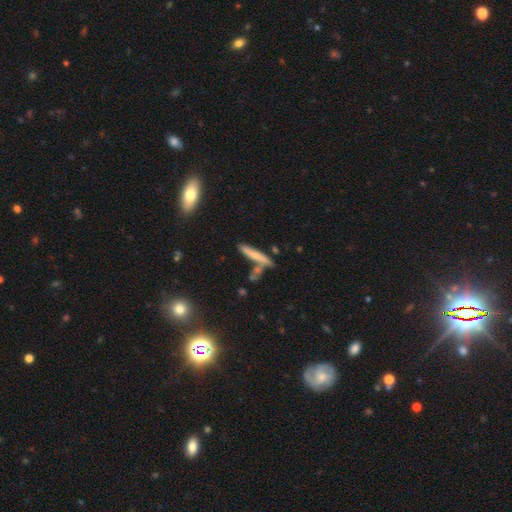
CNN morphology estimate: Q: Smooth or featured?
A: smooth (63%); runner-up: featured or disk (30%)
Q: How rounded?
A: cigar-shaped (91%); runner-up: in between (7%)
Q: Merging?
A: none (64%); runner-up: merger (17%)